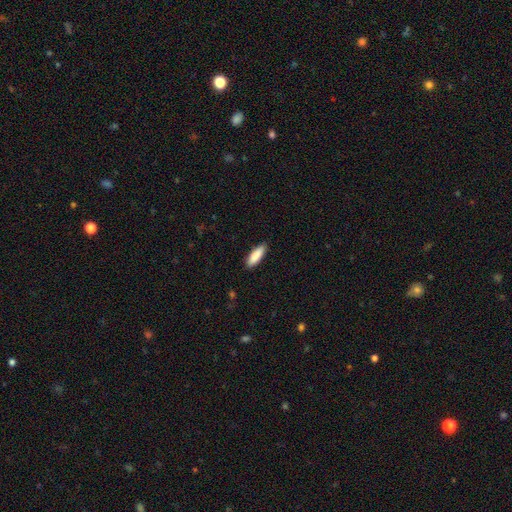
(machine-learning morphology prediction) smooth 89%, featured or disk 6%, star or artifact 6%. Down the decision tree: how rounded — in between (57%); merging — none (87%).